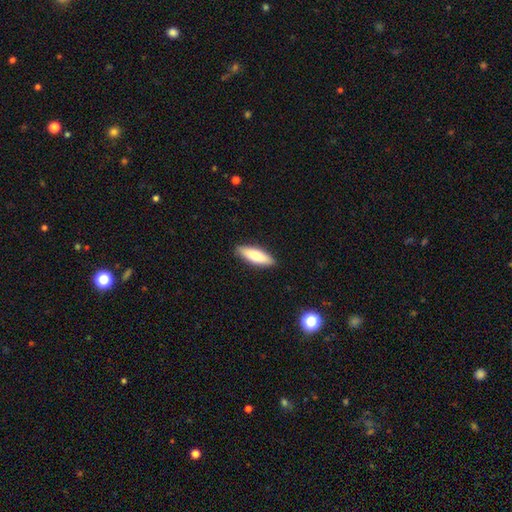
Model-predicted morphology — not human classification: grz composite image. It shows a smooth galaxy with no disk features (75%) that is in between round and cigar-shaped (49%, tied with cigar-shaped). Merging: none (89%).